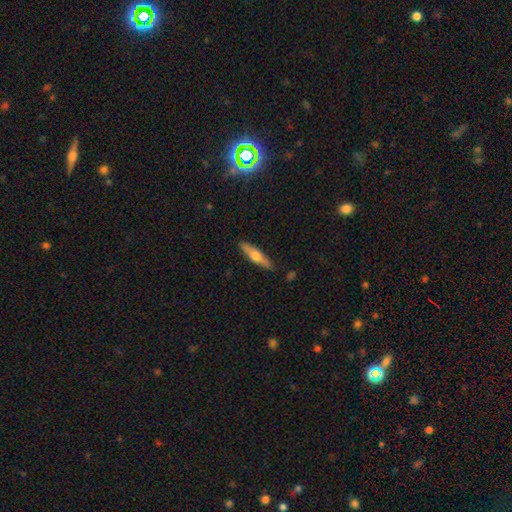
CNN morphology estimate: Overall: smooth (47%, tied with featured or disk). Merging: none (87%).